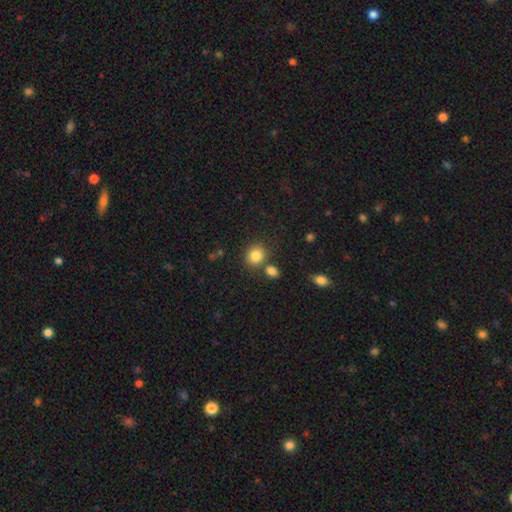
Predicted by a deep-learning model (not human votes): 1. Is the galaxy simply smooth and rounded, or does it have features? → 84% smooth, 10% star or artifact, 6% featured or disk.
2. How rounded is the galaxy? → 73% round, 26% in between, 1% cigar-shaped.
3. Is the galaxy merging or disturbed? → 70% none, 16% merger, 10% minor disturbance, 4% major disturbance.